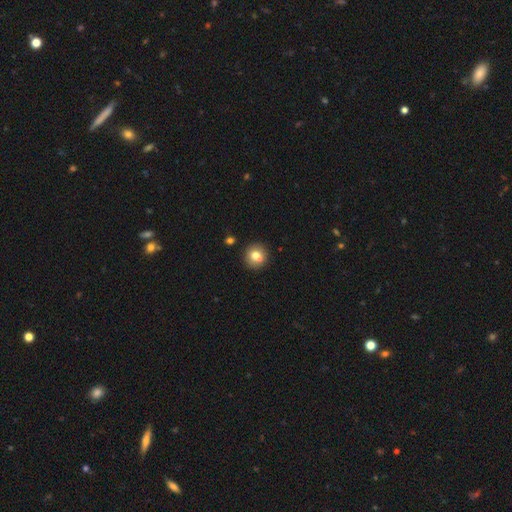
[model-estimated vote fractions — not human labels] Smooth or featured?
  - smooth: 73% *
  - featured or disk: 17%
  - star or artifact: 10%
How rounded?
  - round: 82% *
  - in between: 17%
  - cigar-shaped: 1%
Merging?
  - none: 84% *
  - minor disturbance: 9%
  - merger: 5%
  - major disturbance: 2%